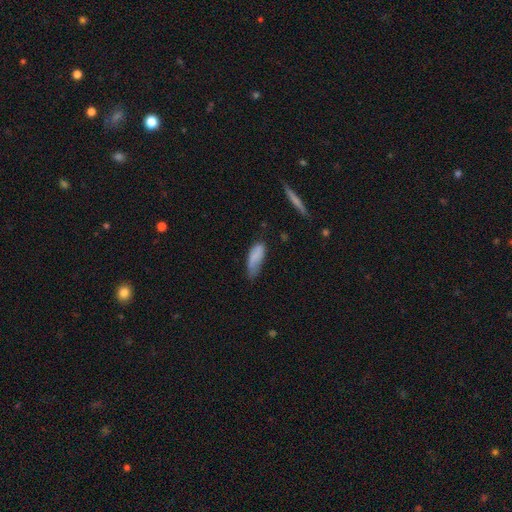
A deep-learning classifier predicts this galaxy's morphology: This is likely a smooth galaxy (78%). How rounded: likely in between (69%). Merging: marginally none (42%).